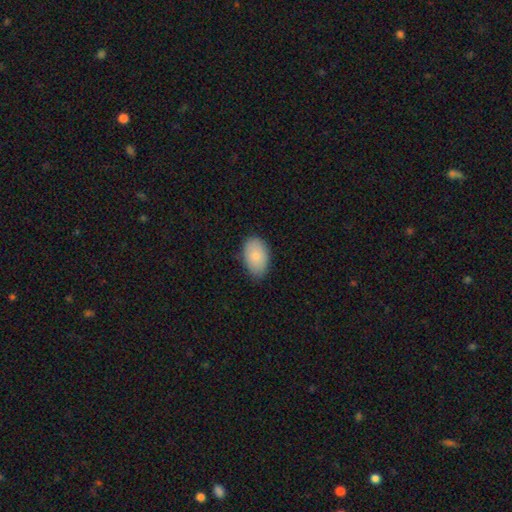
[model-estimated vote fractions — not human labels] Smooth or featured?
  - smooth: 86% *
  - featured or disk: 8%
  - star or artifact: 6%
How rounded?
  - in between: 92% *
  - round: 7%
  - cigar-shaped: 1%
Merging?
  - none: 79% *
  - minor disturbance: 17%
  - major disturbance: 3%
  - merger: 1%